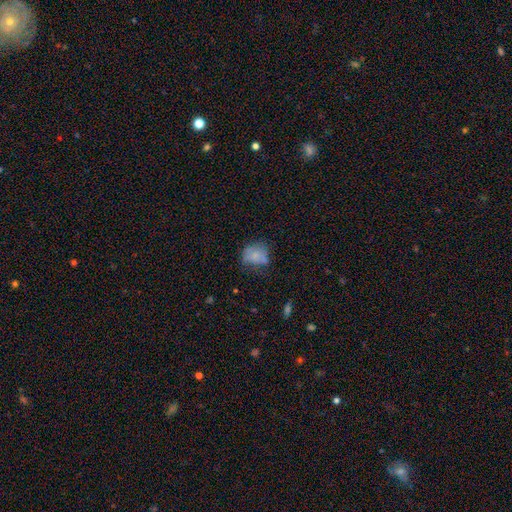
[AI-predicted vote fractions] A smooth galaxy with no disk features (68%) that is round (52%). Merging: none (43%).